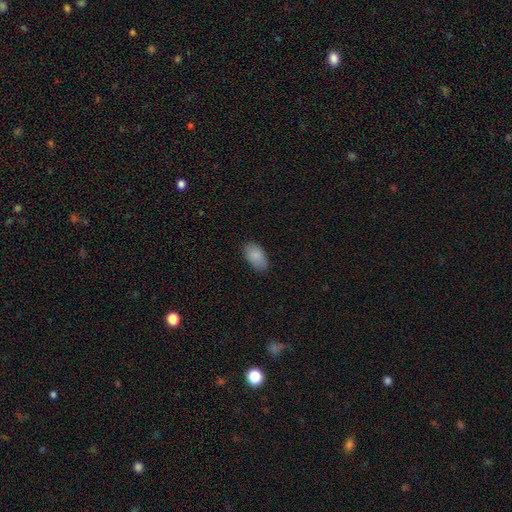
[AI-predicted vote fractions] smooth 88%, star or artifact 7%, featured or disk 5%. Down the decision tree: how rounded — in between (95%); merging — none (82%).